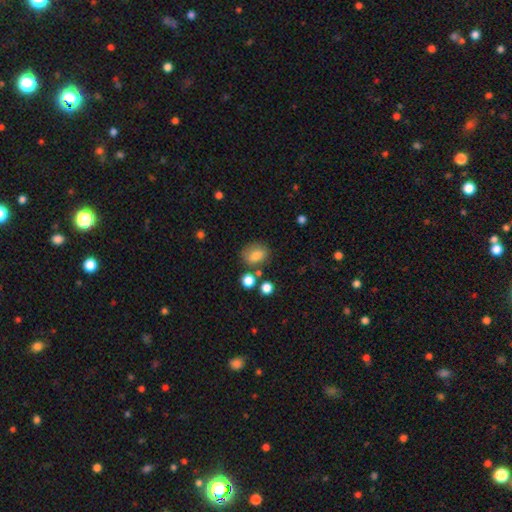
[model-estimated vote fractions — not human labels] Smooth or featured? Predicted: smooth (p=0.77). How rounded? Predicted: in between (p=0.50). Merging? Predicted: none (p=0.69).